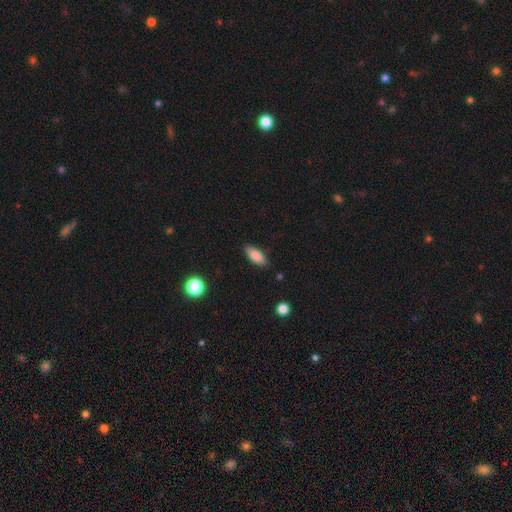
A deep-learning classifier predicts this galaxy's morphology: This appears to be a smooth galaxy with no disk features (83%) that is in between round and cigar-shaped (80%). Merging: none (85%).